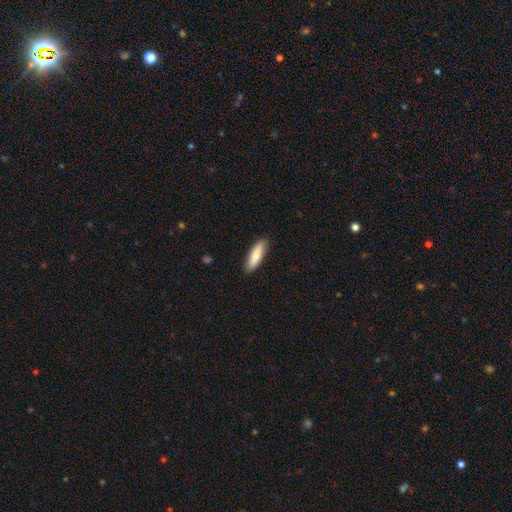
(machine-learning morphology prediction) smooth_or_featured: smooth (p=0.80) [alt: featured or disk p=0.15]
how_rounded: cigar-shaped (p=0.57) [alt: in between p=0.41]
merging: none (p=0.89) [alt: minor disturbance p=0.09]